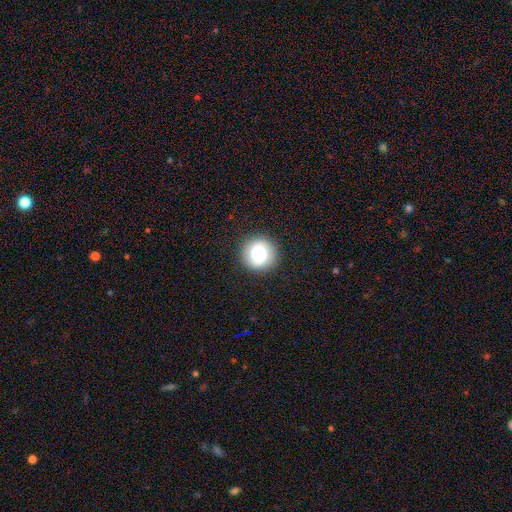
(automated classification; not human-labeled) Smooth or featured: smooth — 60% (featured or disk — 30%)
How rounded: round — 94% (in between — 5%)
Merging: none — 88% (minor disturbance — 8%)